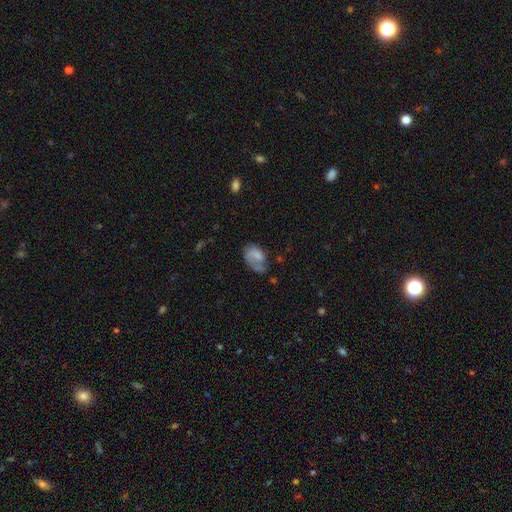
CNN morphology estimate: type=smooth (54%); roundness=in between (85%); merging=none (37%).